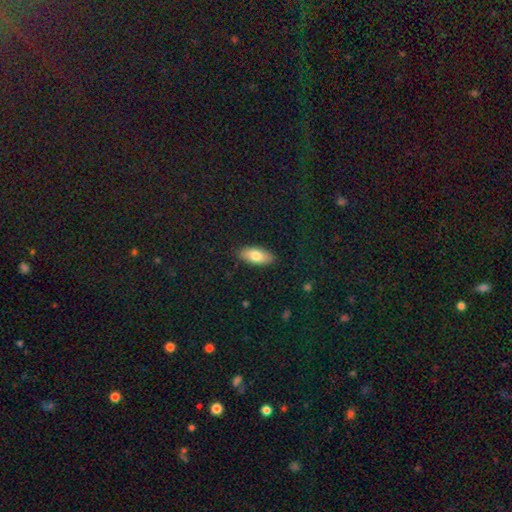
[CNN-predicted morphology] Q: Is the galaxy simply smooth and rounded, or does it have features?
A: smooth — 79%.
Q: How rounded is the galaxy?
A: in between — 88%.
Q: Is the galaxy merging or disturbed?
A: none — 88%.